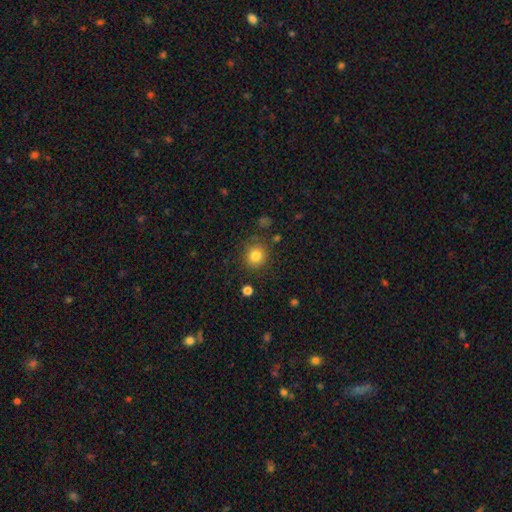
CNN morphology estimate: smooth 83%, star or artifact 11%, featured or disk 6%. Down the decision tree: how rounded — round (87%); merging — none (83%).